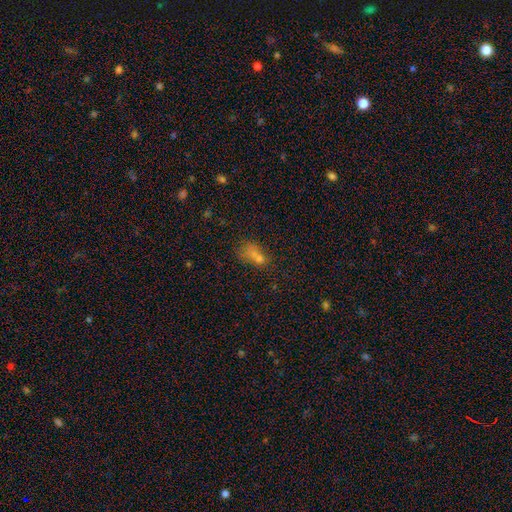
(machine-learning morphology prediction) type=smooth (61%); roundness=in between (68%); merging=merger (34%).